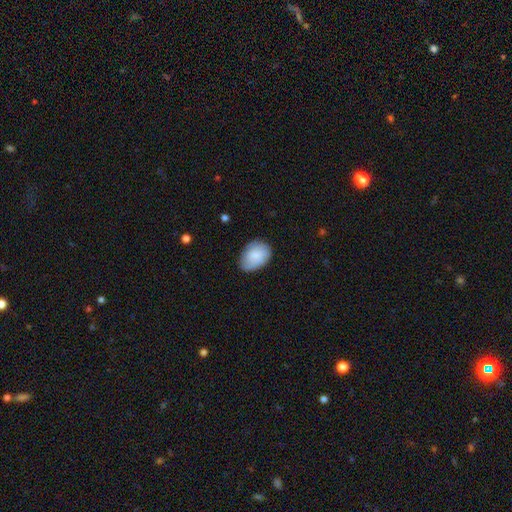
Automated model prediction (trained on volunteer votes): Smooth or featured? Predicted: smooth (p=0.83). How rounded? Predicted: in between (p=0.82). Merging? Predicted: none (p=0.71).